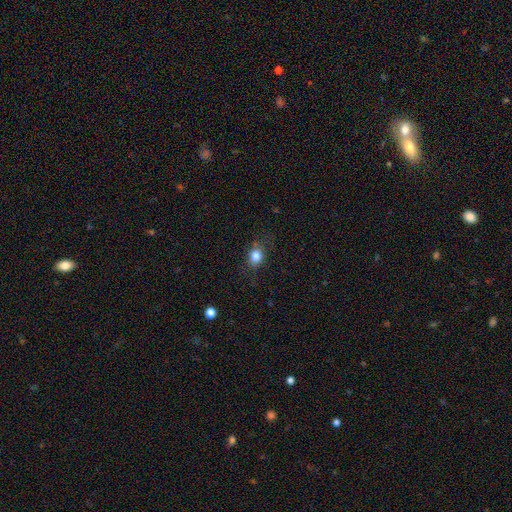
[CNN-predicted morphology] smooth 82%, star or artifact 11%, featured or disk 7%. Down the decision tree: how rounded — round (52%); merging — none (73%).